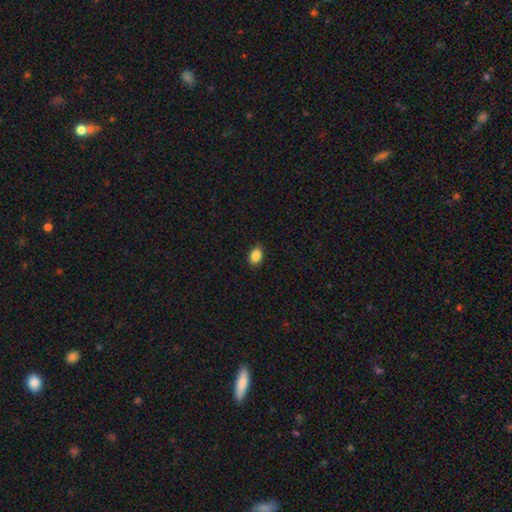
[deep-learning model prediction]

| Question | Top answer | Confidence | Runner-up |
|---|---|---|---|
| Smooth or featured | smooth | 88% | star or artifact (9%) |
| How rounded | in between | 83% | round (15%) |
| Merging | none | 84% | minor disturbance (13%) |